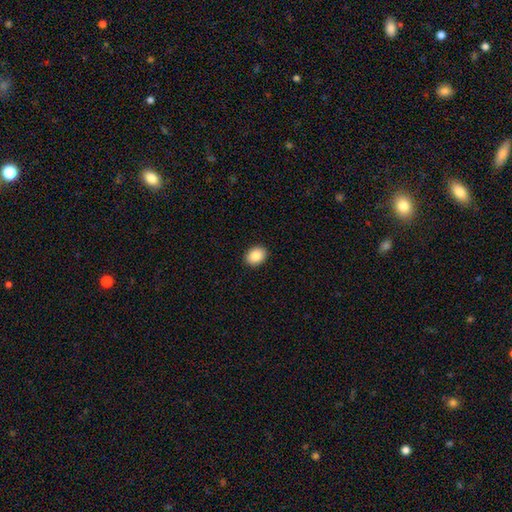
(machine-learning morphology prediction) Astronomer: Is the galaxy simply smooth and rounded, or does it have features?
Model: smooth — 87%.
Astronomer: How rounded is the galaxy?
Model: in between — 67%.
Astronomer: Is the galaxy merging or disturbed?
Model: none — 91%.